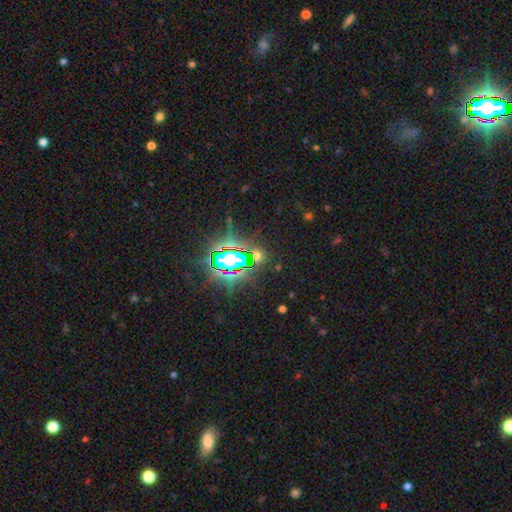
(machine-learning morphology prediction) Overall: star or artifact (75%).